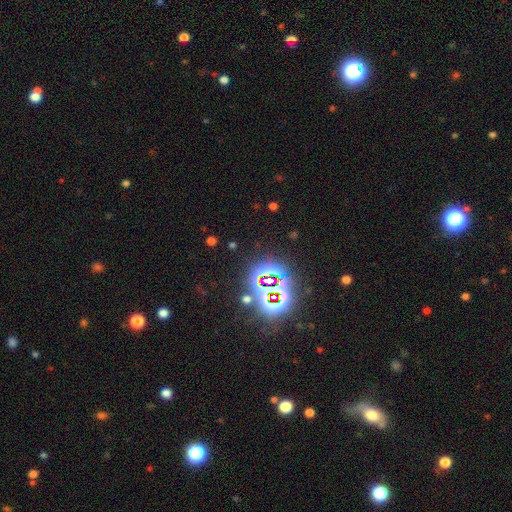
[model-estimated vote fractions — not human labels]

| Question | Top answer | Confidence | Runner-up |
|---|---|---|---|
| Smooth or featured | star or artifact | 84% | smooth (9%) |